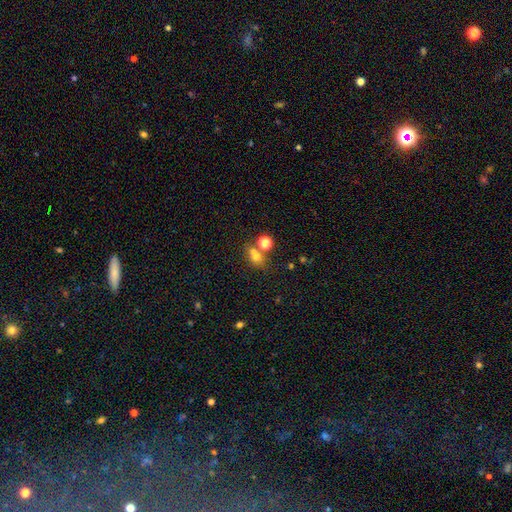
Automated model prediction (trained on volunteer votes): Q: Smooth or featured?
A: smooth (68%); runner-up: star or artifact (19%)
Q: How rounded?
A: round (55%); runner-up: in between (44%)
Q: Merging?
A: none (51%); runner-up: merger (34%)